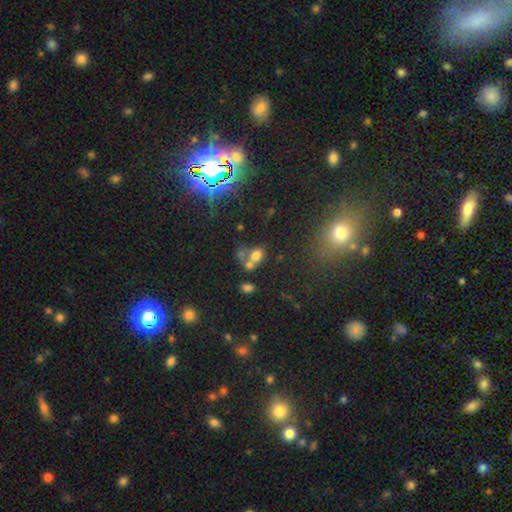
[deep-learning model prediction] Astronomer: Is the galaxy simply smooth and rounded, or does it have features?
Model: smooth — 65%.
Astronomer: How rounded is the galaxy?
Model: in between — 59% (runner-up: round, 40%).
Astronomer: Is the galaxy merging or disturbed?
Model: merger — 49% (runner-up: none, 32%).